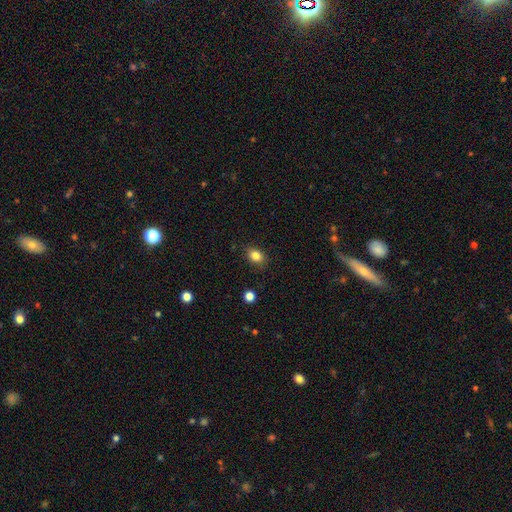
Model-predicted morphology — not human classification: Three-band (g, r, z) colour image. It shows a smooth galaxy with no disk features (84%) that is in between round and cigar-shaped (73%). Merging: none (85%).